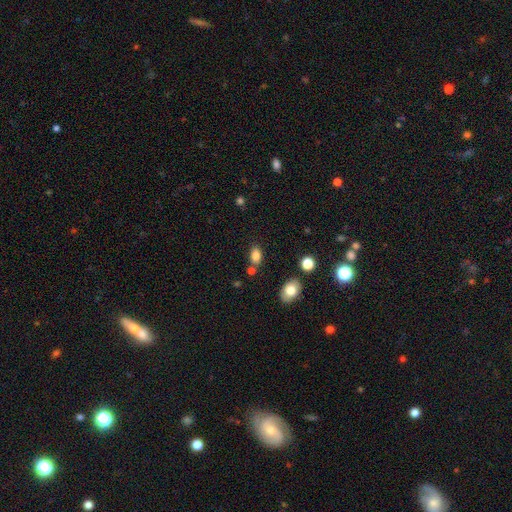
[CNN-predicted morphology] Smooth or featured?
  - smooth: 83% *
  - star or artifact: 10%
  - featured or disk: 7%
How rounded?
  - in between: 84% *
  - round: 14%
  - cigar-shaped: 2%
Merging?
  - none: 72% *
  - minor disturbance: 13%
  - merger: 11%
  - major disturbance: 4%